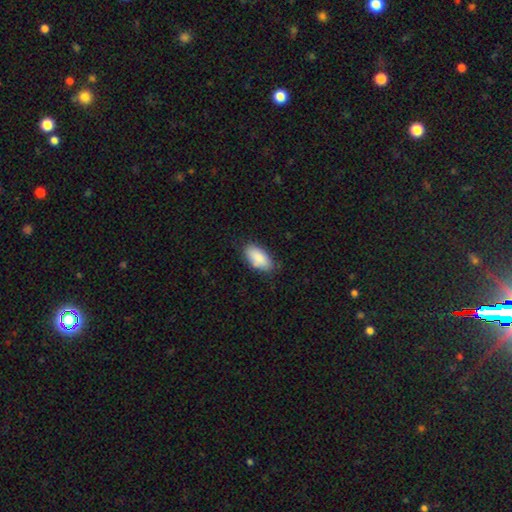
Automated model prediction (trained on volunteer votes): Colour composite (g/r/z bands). It shows a smooth galaxy with no disk features (87%) that is in between round and cigar-shaped (92%). Merging: none (78%).